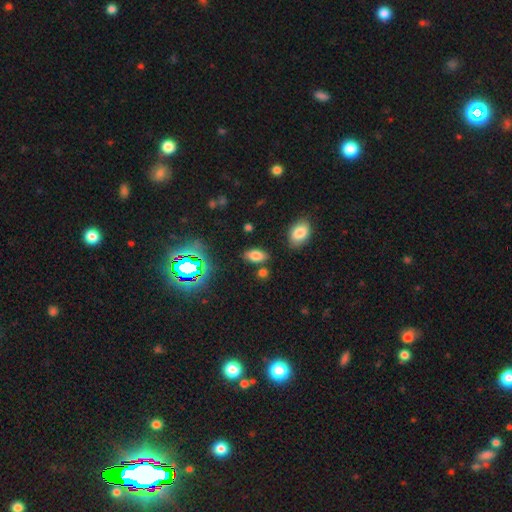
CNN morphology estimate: Smooth or featured? Predicted: smooth (p=0.76). How rounded? Predicted: in between (p=0.91). Merging? Predicted: none (p=0.81).